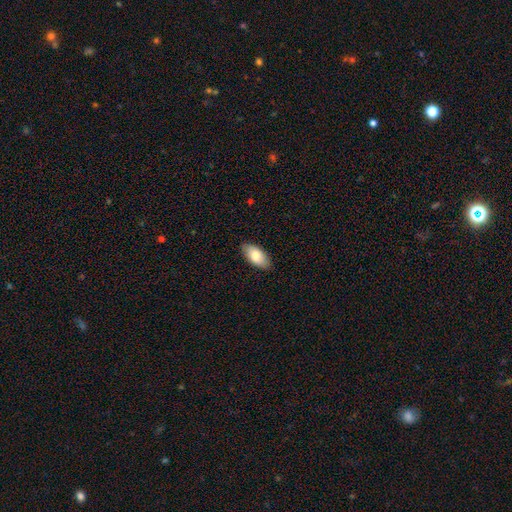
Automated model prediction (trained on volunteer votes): smooth-or-featured: smooth: 81% | featured or disk: 14% | star or artifact: 6%
  how-rounded: in between: 93% | cigar-shaped: 4% | round: 2%
  merging: none: 87% | minor disturbance: 11% | major disturbance: 2% | merger: 1%